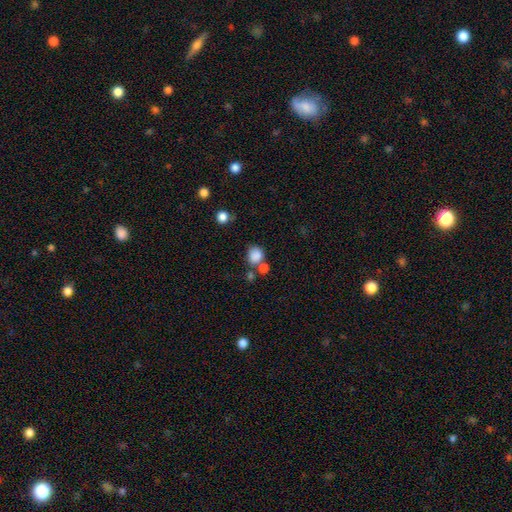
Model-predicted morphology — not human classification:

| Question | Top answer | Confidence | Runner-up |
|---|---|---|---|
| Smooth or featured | smooth | 84% | star or artifact (11%) |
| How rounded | round | 72% | in between (27%) |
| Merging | none | 57% | merger (25%) |